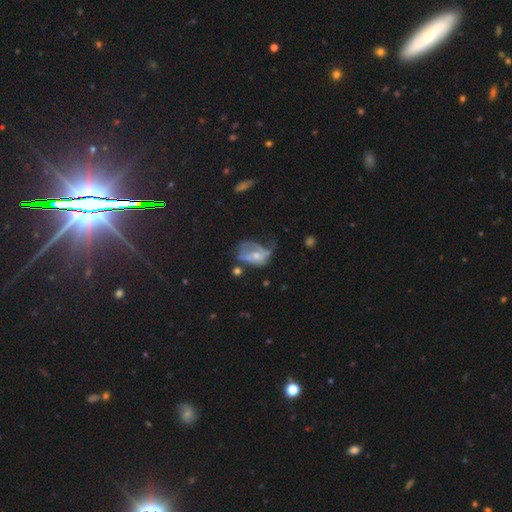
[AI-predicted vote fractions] The model was most divided on "spiral arms": yes: 55%, no: 45%. Remaining: edge-on disk — no (97%); bar — no (71%); smooth or featured — featured or disk (58%); bulge size — small (52%); merging — major disturbance (45%).